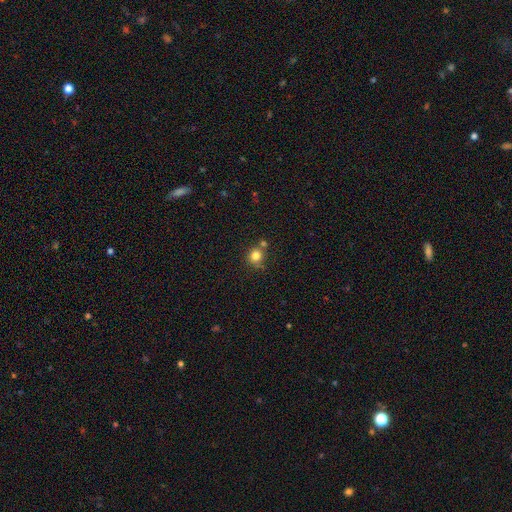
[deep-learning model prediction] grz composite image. It shows a smooth galaxy with no disk features (81%) that is round (85%). Merging: none (66%).